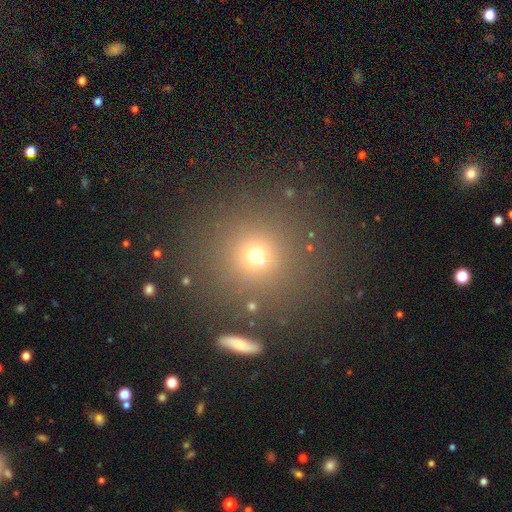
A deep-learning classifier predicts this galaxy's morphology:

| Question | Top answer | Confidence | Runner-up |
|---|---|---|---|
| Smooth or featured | smooth | 67% | star or artifact (23%) |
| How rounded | round | 88% | in between (11%) |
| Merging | none | 79% | minor disturbance (9%) |